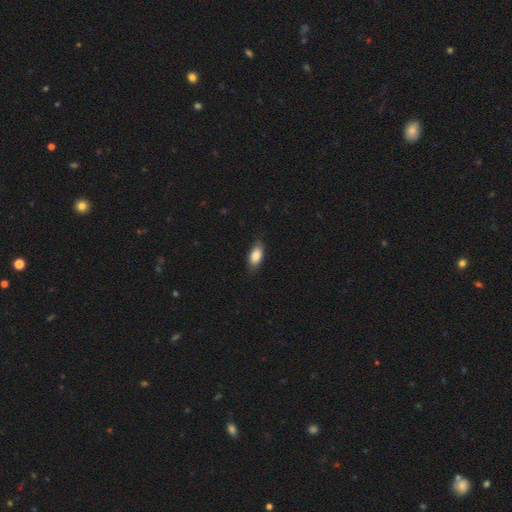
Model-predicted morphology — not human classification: This appears to be a smooth galaxy with no disk features (84%) that is in between round and cigar-shaped (89%). Merging: none (81%).